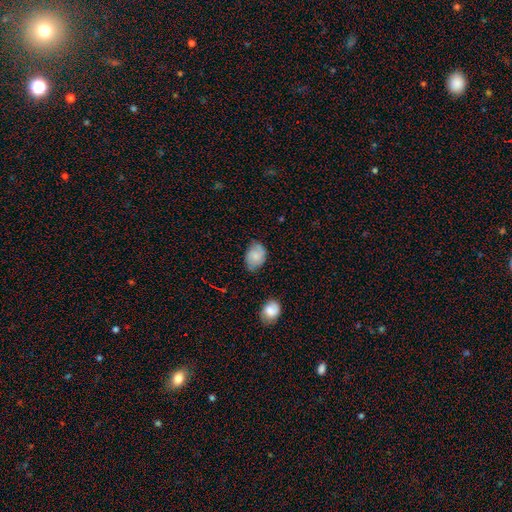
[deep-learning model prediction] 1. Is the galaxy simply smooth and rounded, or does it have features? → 72% smooth, 20% featured or disk, 8% star or artifact.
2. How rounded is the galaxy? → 72% in between, 26% round, 1% cigar-shaped.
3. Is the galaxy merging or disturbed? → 63% none, 29% minor disturbance, 6% major disturbance, 3% merger.